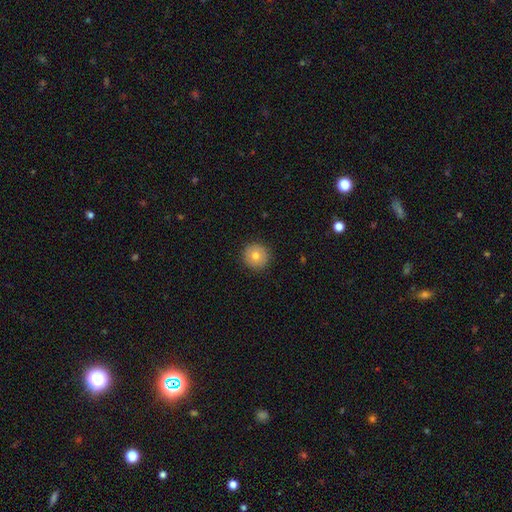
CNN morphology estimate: Q: Smooth or featured?
A: smooth (76%); runner-up: featured or disk (15%)
Q: How rounded?
A: round (95%); runner-up: in between (4%)
Q: Merging?
A: none (92%); runner-up: minor disturbance (6%)